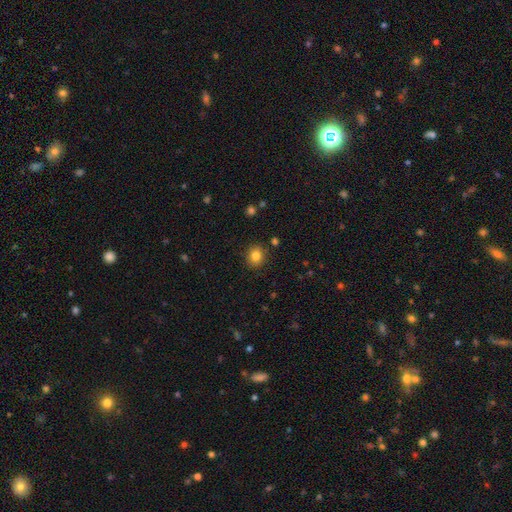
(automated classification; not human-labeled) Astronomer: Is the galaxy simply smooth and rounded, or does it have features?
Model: smooth — 83%.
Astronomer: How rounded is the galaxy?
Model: round — 74%.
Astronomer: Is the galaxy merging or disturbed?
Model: none — 88%.